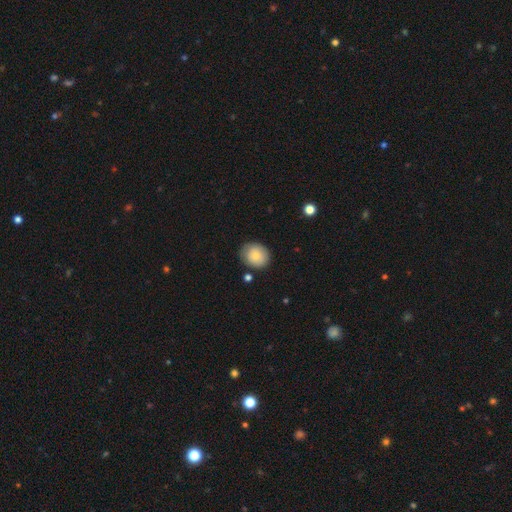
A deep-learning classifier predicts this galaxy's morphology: Q: Smooth or featured?
A: smooth (81%); runner-up: featured or disk (12%)
Q: How rounded?
A: round (72%); runner-up: in between (27%)
Q: Merging?
A: none (76%); runner-up: minor disturbance (17%)